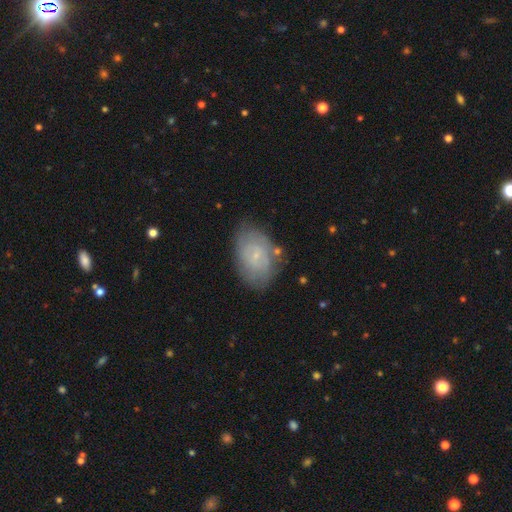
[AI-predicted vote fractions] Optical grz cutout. It shows a featured or disk galaxy (47%). Merging: none (69%).